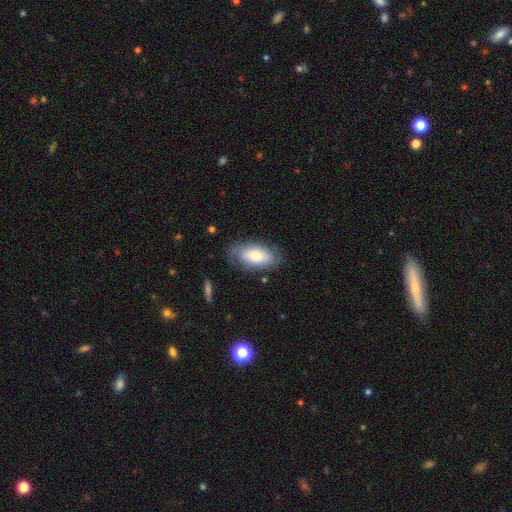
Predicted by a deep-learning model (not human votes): This appears to be a smooth galaxy with no disk features (66%) that is in between round and cigar-shaped (92%). Merging: none (76%).